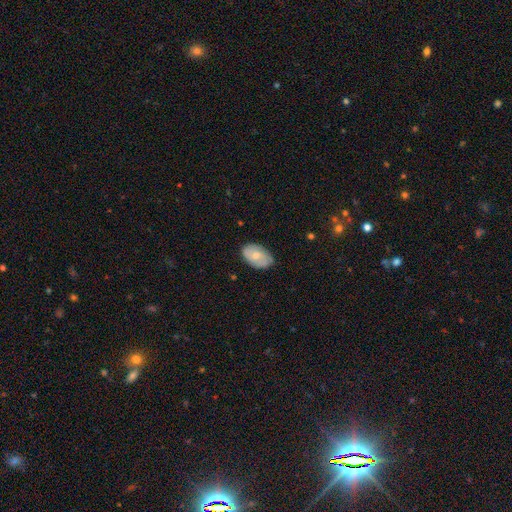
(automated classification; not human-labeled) smooth_or_featured: smooth (p=0.63) [alt: featured or disk p=0.31]
how_rounded: in between (p=0.90) [alt: round p=0.08]
merging: none (p=0.75) [alt: minor disturbance p=0.21]